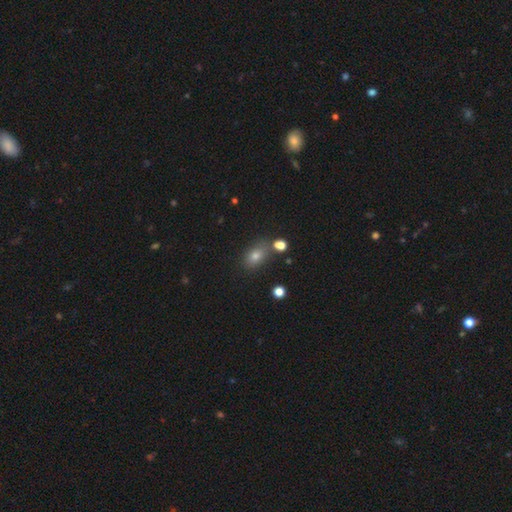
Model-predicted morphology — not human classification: smooth 50%, star or artifact 35%, featured or disk 15%. Down the decision tree: merging — none (54%).